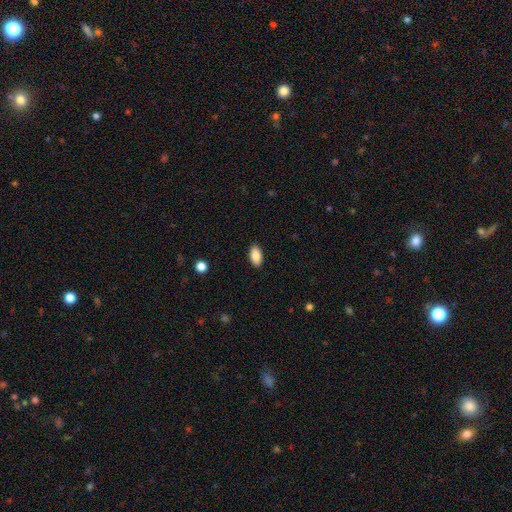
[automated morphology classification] smooth-or-featured: smooth: 88% | star or artifact: 7% | featured or disk: 5%
  how-rounded: in between: 93% | cigar-shaped: 4% | round: 3%
  merging: none: 89% | minor disturbance: 8% | major disturbance: 2% | merger: 1%